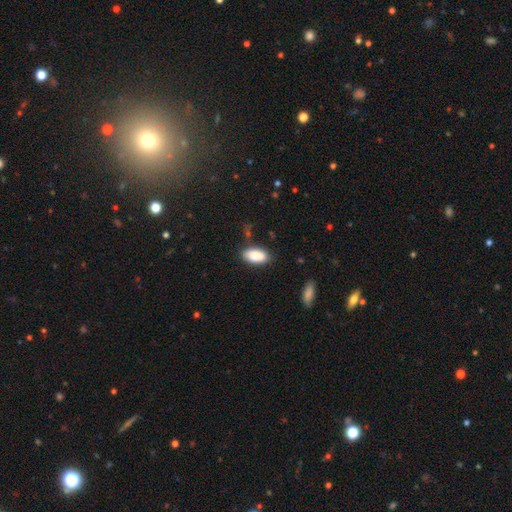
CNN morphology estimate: A smooth galaxy with no disk features (88%) that is in between round and cigar-shaped (93%). Merging: none (80%).